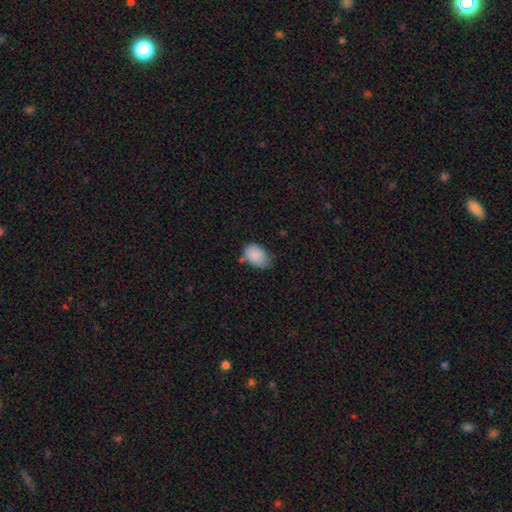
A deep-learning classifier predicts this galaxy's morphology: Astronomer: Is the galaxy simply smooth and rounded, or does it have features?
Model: smooth — 87%.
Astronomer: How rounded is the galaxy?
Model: in between — 83%.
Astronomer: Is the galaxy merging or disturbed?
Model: none — 54% (runner-up: minor disturbance, 36%).